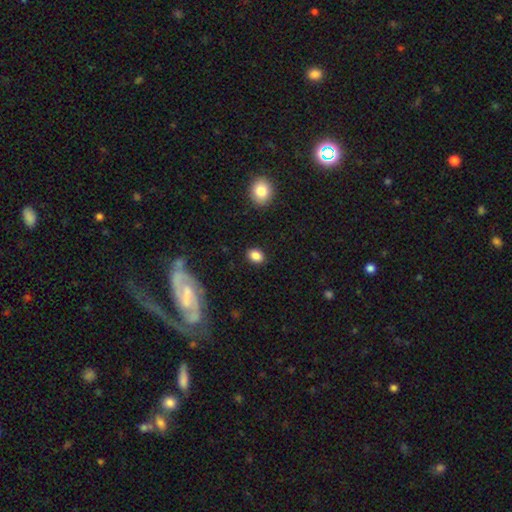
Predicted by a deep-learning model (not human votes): This is clearly a smooth galaxy (85%). How rounded: likely in between (67%). Merging: clearly none (86%).